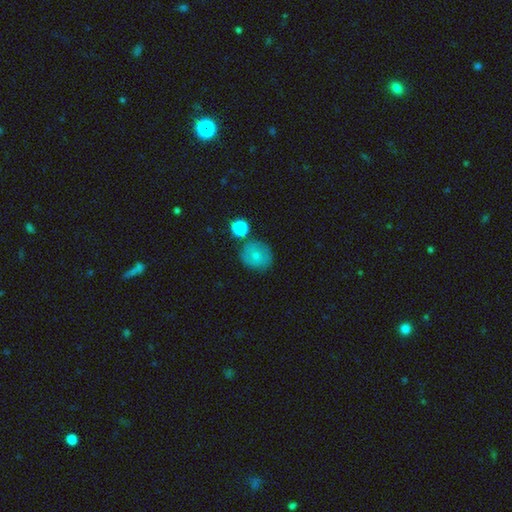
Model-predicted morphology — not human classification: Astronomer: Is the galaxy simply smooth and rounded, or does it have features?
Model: smooth — 72%.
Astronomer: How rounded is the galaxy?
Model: round — 82%.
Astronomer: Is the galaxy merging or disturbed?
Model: none — 71%.